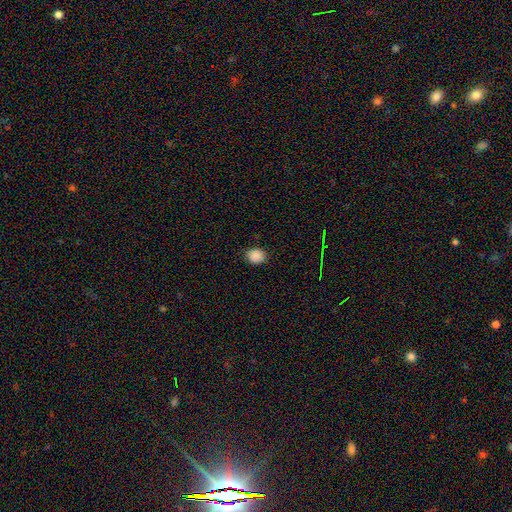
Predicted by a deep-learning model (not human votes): This is clearly a smooth galaxy (87%). How rounded: likely round (68%). Merging: clearly none (87%).